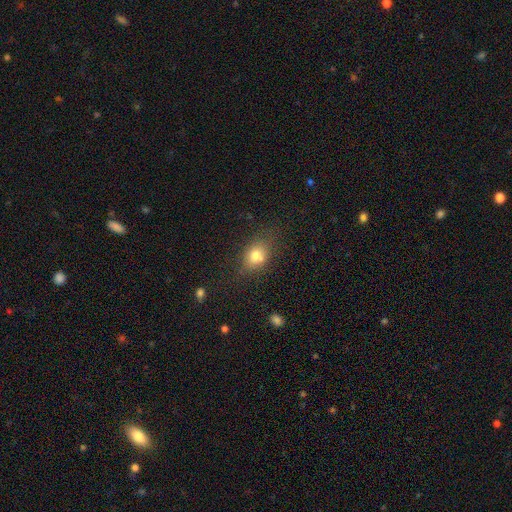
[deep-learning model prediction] smooth-or-featured: smooth: 74% | featured or disk: 14% | star or artifact: 12%
  how-rounded: in between: 61% | round: 37% | cigar-shaped: 2%
  merging: none: 63% | minor disturbance: 19% | merger: 11% | major disturbance: 7%